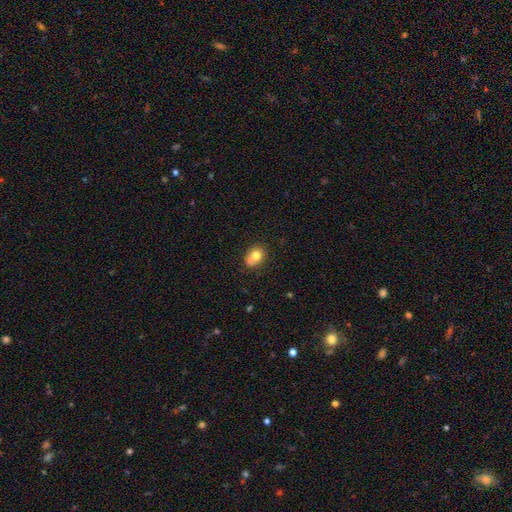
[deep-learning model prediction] smooth-or-featured: smooth: 74% | featured or disk: 16% | star or artifact: 10%
  how-rounded: round: 52% | in between: 47% | cigar-shaped: 1%
  merging: none: 53% | merger: 23% | minor disturbance: 19% | major disturbance: 5%